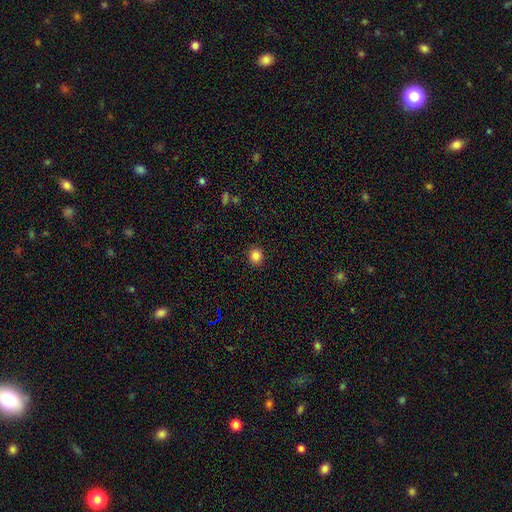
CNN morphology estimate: Q: Smooth or featured?
A: smooth (85%); runner-up: star or artifact (11%)
Q: How rounded?
A: round (86%); runner-up: in between (14%)
Q: Merging?
A: none (91%); runner-up: minor disturbance (6%)